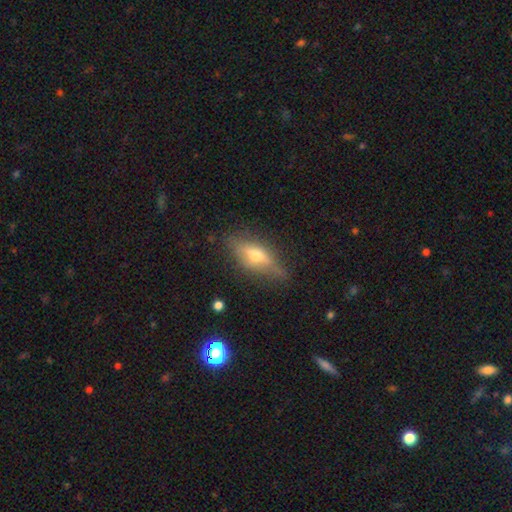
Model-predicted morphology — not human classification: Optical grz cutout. It shows a featured or disk galaxy (52%) viewed edge-on (81%). Merging: none (73%).